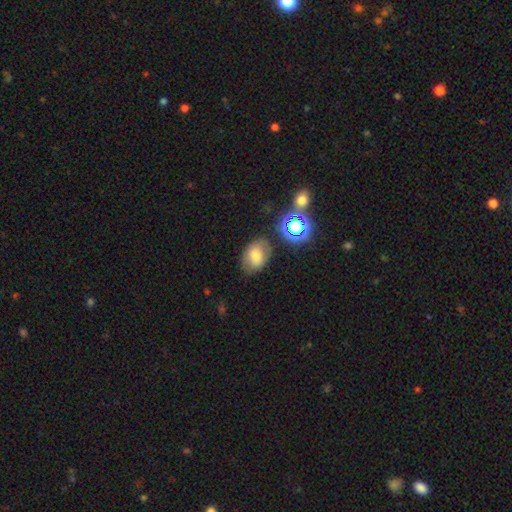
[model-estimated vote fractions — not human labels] Q: Smooth or featured?
A: smooth (70%); runner-up: featured or disk (17%)
Q: How rounded?
A: in between (76%); runner-up: round (23%)
Q: Merging?
A: none (73%); runner-up: minor disturbance (18%)